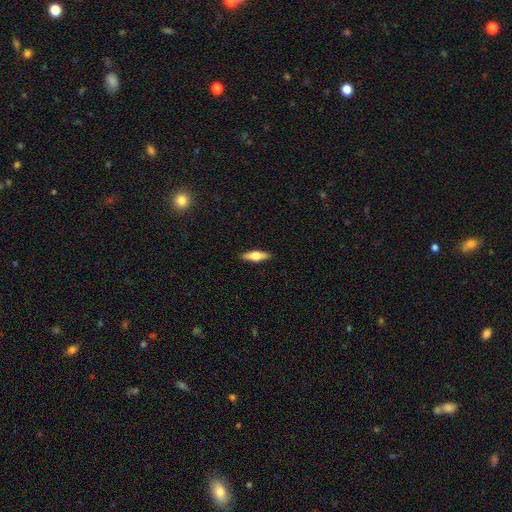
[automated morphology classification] smooth_or_featured: smooth (p=0.50) [alt: featured or disk p=0.44]
how_rounded: cigar-shaped (p=0.52) [alt: in between p=0.45]
merging: none (p=0.90) [alt: minor disturbance p=0.07]